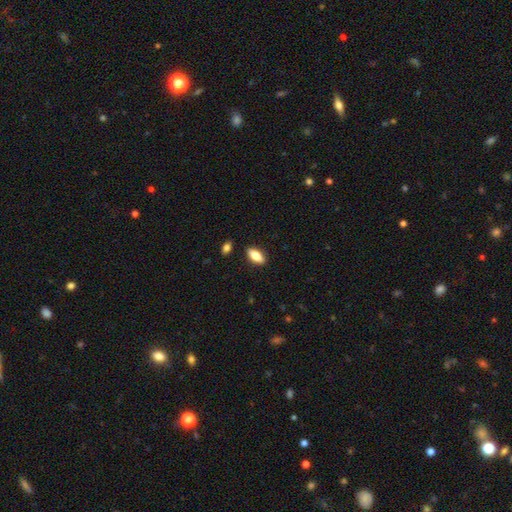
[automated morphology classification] This is likely a smooth galaxy (77%). How rounded: clearly in between (85%). Merging: clearly none (88%).